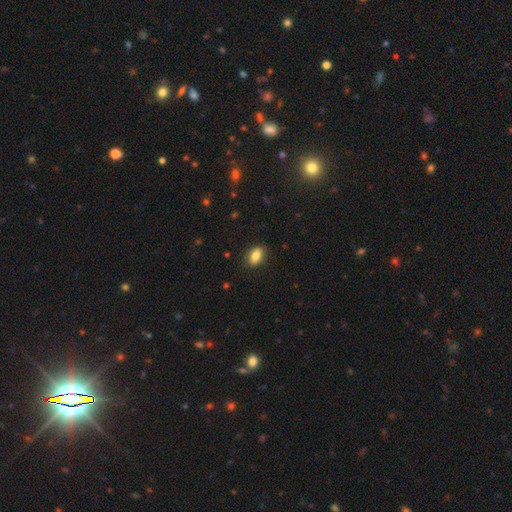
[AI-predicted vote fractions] Smooth or featured?
  - smooth: 84% *
  - star or artifact: 8%
  - featured or disk: 8%
How rounded?
  - in between: 86% *
  - round: 11%
  - cigar-shaped: 3%
Merging?
  - none: 86% *
  - minor disturbance: 10%
  - major disturbance: 3%
  - merger: 1%